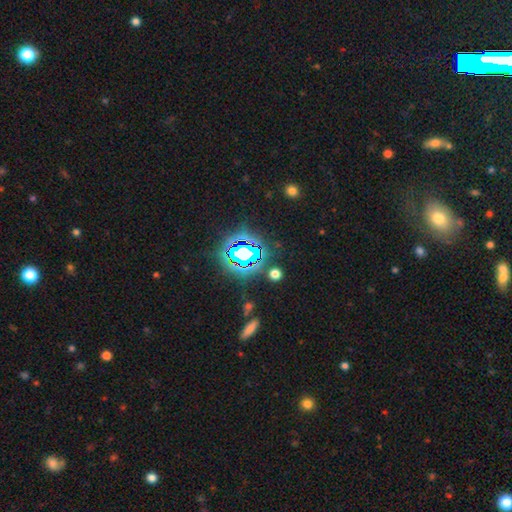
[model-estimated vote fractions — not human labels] Smooth or featured? star or artifact (79%)